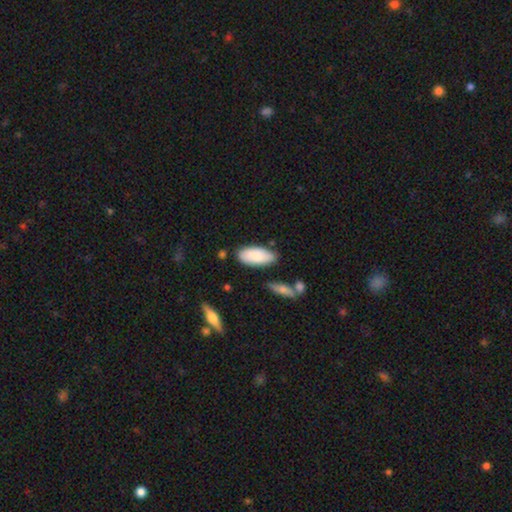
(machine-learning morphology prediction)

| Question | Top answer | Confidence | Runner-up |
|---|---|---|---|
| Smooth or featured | smooth | 82% | featured or disk (12%) |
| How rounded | in between | 88% | cigar-shaped (10%) |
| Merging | none | 77% | minor disturbance (16%) |